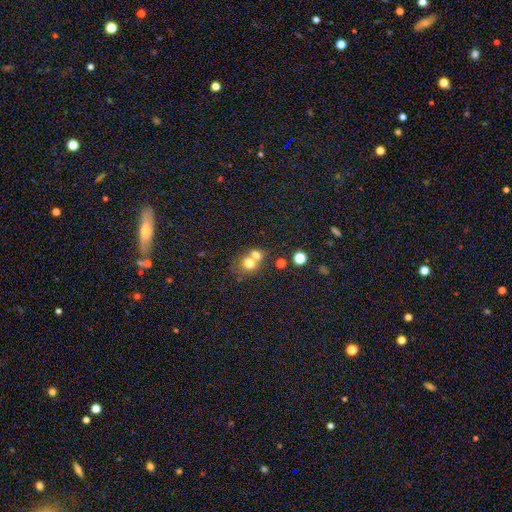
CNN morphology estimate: Smooth or featured: smooth — 60% (star or artifact — 25%)
How rounded: round — 77% (in between — 22%)
Merging: none — 49% (merger — 40%)